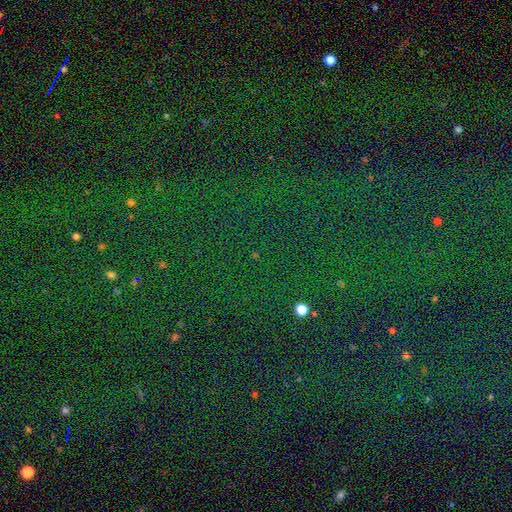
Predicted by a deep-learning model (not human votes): Smooth or featured: star or artifact — 82% (smooth — 10%)